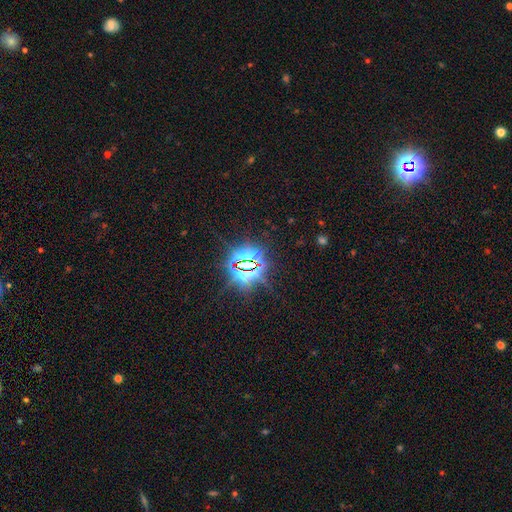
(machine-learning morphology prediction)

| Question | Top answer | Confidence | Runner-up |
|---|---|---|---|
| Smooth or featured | star or artifact | 84% | smooth (9%) |